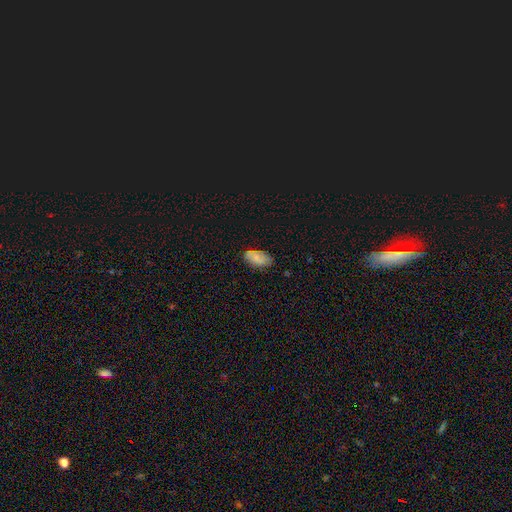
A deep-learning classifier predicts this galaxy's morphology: A smooth galaxy with no disk features (70%) that is in between round and cigar-shaped (92%). Merging: none (74%).